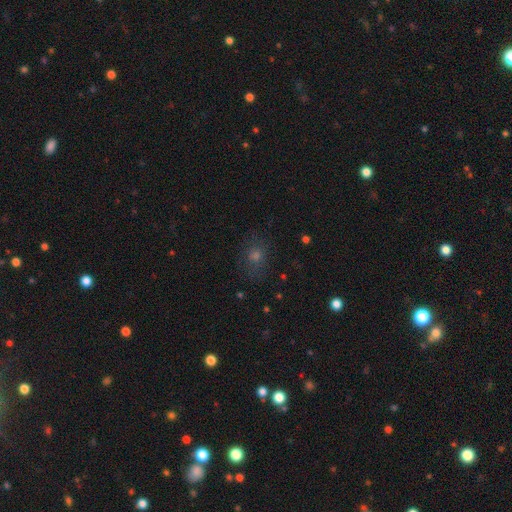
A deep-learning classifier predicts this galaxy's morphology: Smooth or featured? smooth (54%)
How rounded? round (58%)
Merging? none (78%)